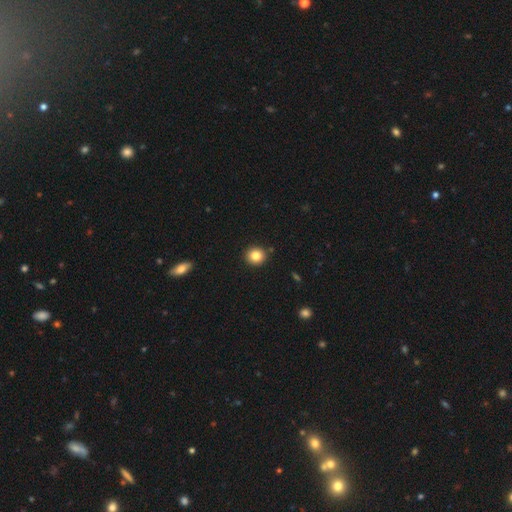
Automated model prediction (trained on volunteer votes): Smooth or featured? Predicted: smooth (p=0.83). How rounded? Predicted: round (p=0.88). Merging? Predicted: none (p=0.90).